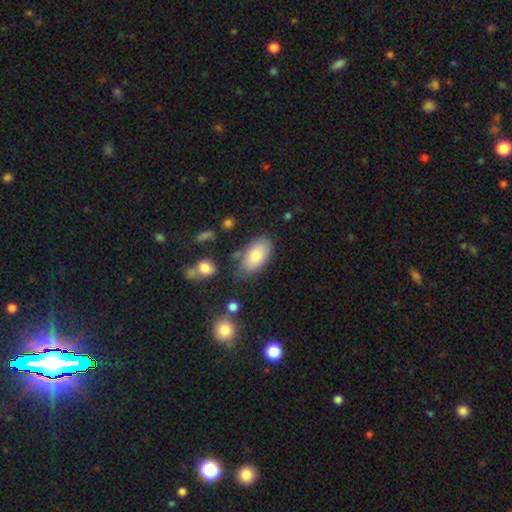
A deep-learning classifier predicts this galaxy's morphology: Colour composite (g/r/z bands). It shows a smooth galaxy with no disk features (78%) that is in between round and cigar-shaped (93%). Merging: none (71%).